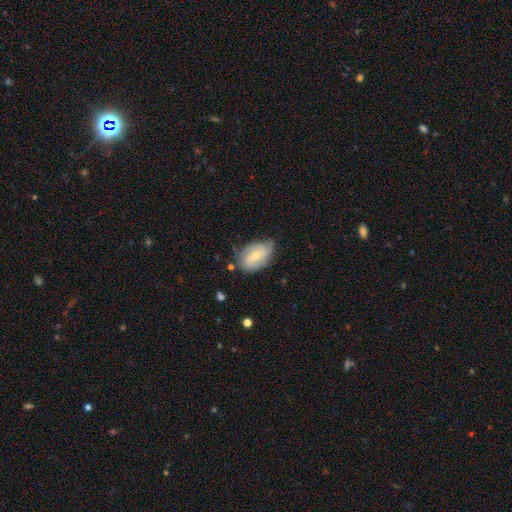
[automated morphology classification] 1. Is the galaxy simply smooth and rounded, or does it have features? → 50% featured or disk, 43% smooth, 7% star or artifact.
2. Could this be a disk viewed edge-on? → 94% no, 6% yes.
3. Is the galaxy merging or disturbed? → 61% none, 30% minor disturbance, 7% major disturbance, 2% merger.